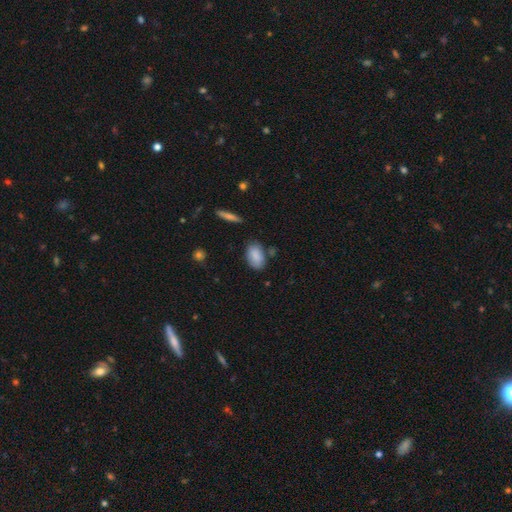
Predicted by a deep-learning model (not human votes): A smooth galaxy with no disk features (87%) that is in between round and cigar-shaped (92%). Merging: none (73%).